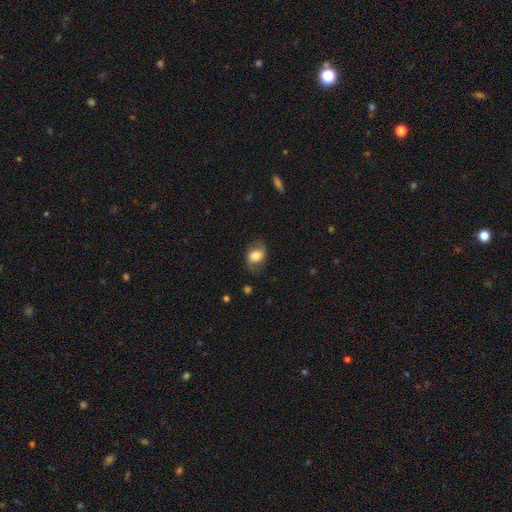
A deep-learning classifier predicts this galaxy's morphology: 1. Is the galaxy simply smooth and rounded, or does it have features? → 63% smooth, 29% featured or disk, 8% star or artifact.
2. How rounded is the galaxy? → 73% in between, 25% round, 1% cigar-shaped.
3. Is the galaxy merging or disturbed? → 67% none, 22% minor disturbance, 10% major disturbance, 1% merger.